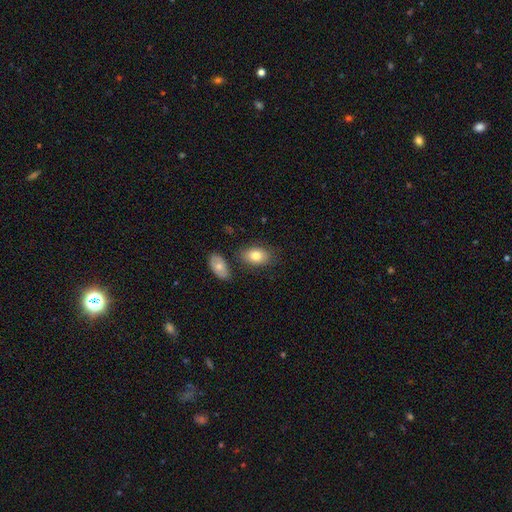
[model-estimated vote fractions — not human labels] Smooth or featured? Predicted: smooth (p=0.80). How rounded? Predicted: in between (p=0.87). Merging? Predicted: none (p=0.73).